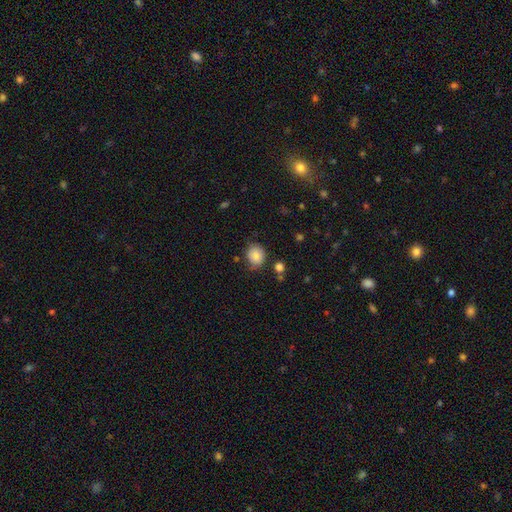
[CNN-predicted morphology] A smooth galaxy with no disk features (82%) that is round (70%).

Vote fractions:
- Smooth or featured? smooth: 82% / star or artifact: 9% / featured or disk: 9%
- How rounded? round: 70% / in between: 29% / cigar-shaped: 1%
- Merging? none: 75% / minor disturbance: 18% / major disturbance: 4% / merger: 3%